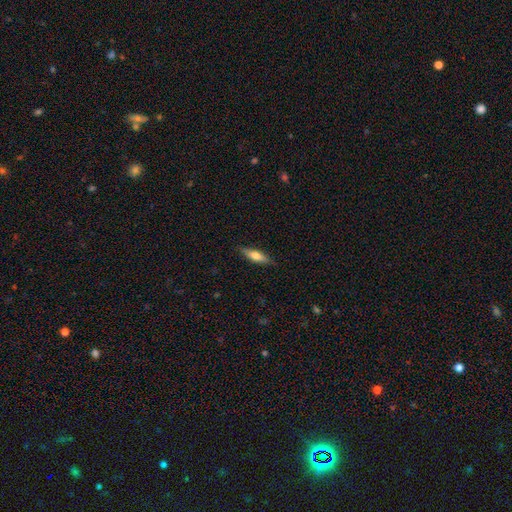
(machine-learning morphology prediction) smooth-or-featured: smooth: 56% | featured or disk: 38% | star or artifact: 6%
  how-rounded: cigar-shaped: 61% | in between: 36% | round: 2%
  merging: none: 87% | minor disturbance: 10% | major disturbance: 2% | merger: 1%